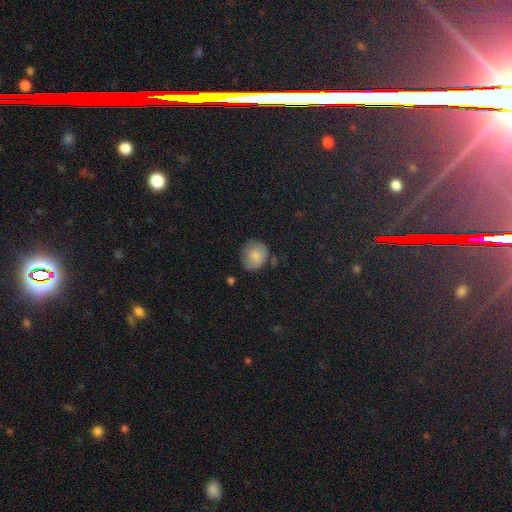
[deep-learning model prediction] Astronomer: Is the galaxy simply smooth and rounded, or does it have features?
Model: smooth — 79%.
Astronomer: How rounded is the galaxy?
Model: round — 66%.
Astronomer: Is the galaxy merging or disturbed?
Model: none — 62%.